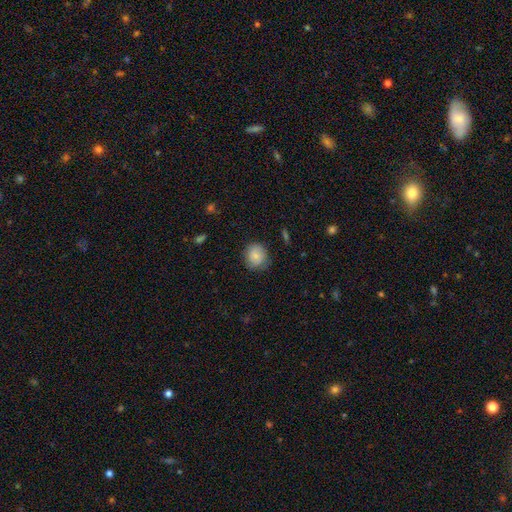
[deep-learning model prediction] Overall: smooth (83%). How rounded: round (82%). Merging: none (80%).